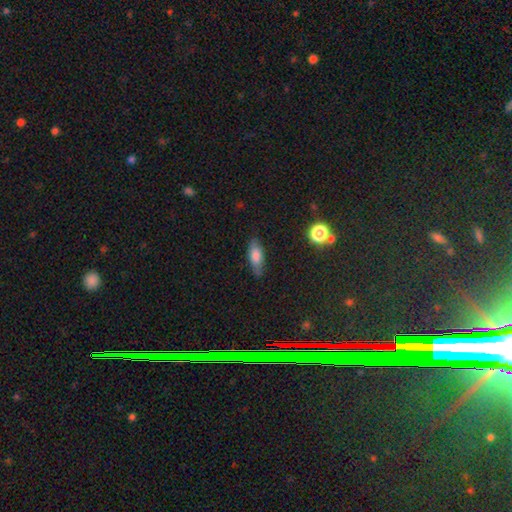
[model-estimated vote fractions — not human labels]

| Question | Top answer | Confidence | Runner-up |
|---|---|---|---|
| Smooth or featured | smooth | 75% | featured or disk (16%) |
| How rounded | in between | 69% | cigar-shaped (28%) |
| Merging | none | 80% | minor disturbance (16%) |